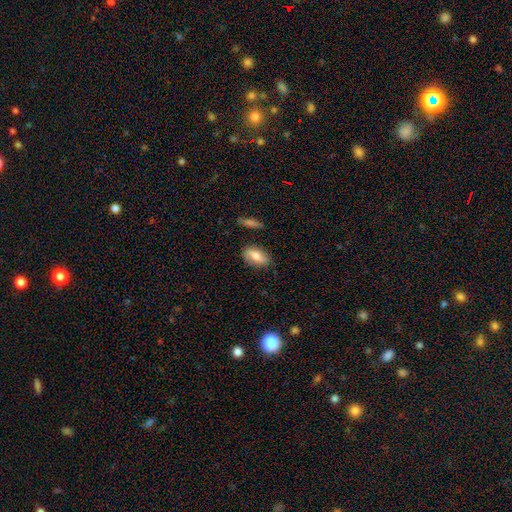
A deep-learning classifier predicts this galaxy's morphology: Overall: smooth (69%). How rounded: in between (87%). Merging: none (78%).